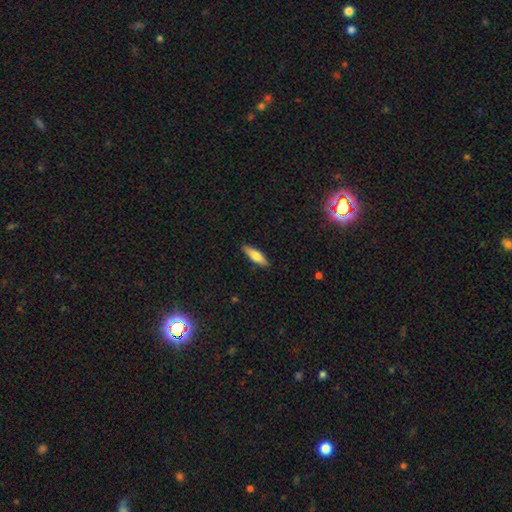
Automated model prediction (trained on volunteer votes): The model was most divided on "how rounded": cigar-shaped: 59%, in between: 39%, round: 2%. More confident: merging — none (89%); smooth or featured — smooth (73%).